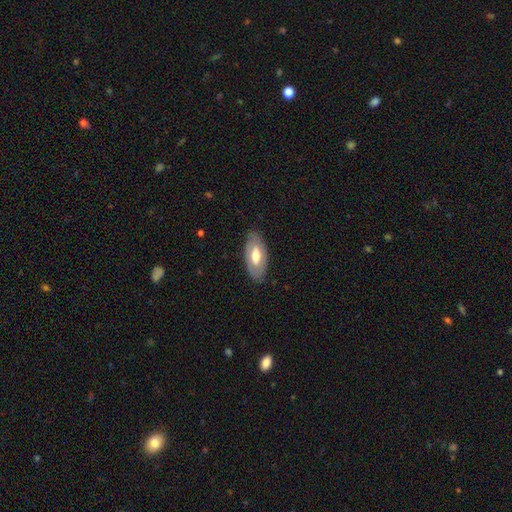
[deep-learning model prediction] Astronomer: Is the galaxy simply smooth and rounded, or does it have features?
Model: featured or disk — 49% (runner-up: smooth, 46%).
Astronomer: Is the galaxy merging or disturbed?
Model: none — 82%.